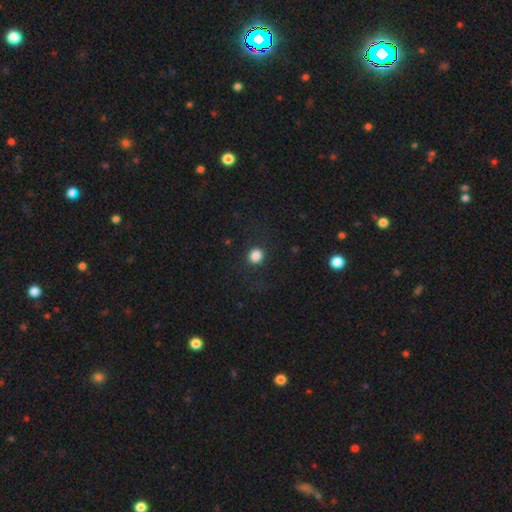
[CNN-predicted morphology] A smooth galaxy with no disk features (84%) that is round (87%). Merging: none (88%).